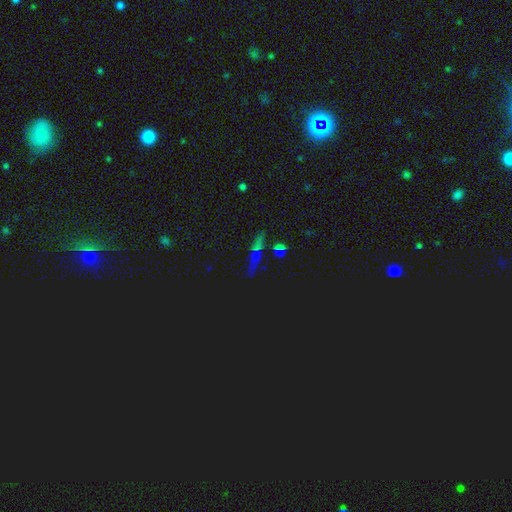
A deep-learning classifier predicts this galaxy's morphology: Smooth or featured: star or artifact — 47% (smooth — 34%)